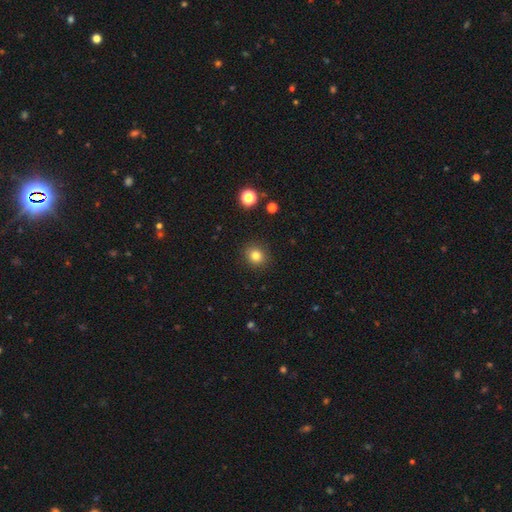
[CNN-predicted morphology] This appears to be a smooth galaxy with no disk features (82%) that is round (83%). Merging: none (90%).